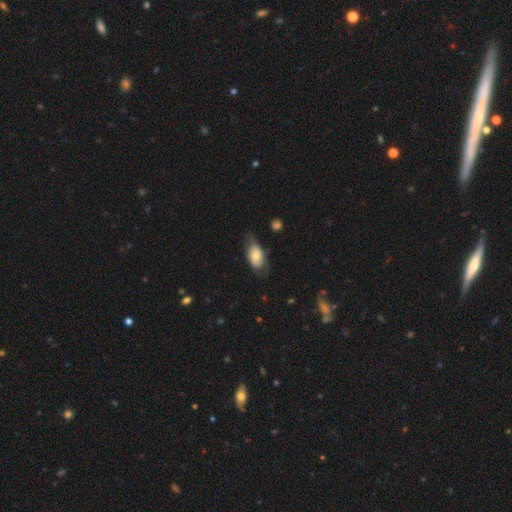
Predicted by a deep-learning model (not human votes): Overall: smooth (58%; featured or disk 35%). How rounded: in between (90%). Merging: none (58%; minor disturbance 28%).